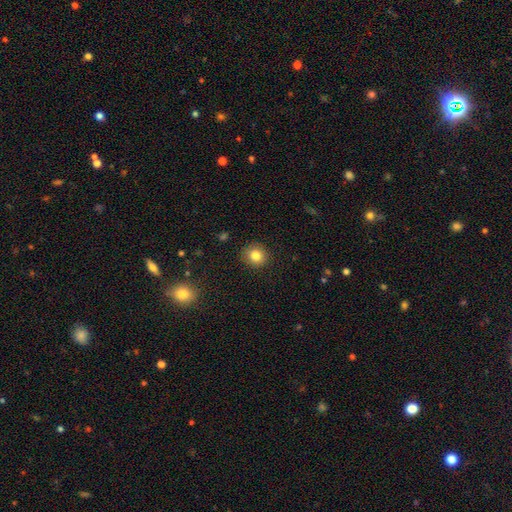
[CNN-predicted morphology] Overall: smooth (83%). How rounded: round (86%). Merging: none (90%).